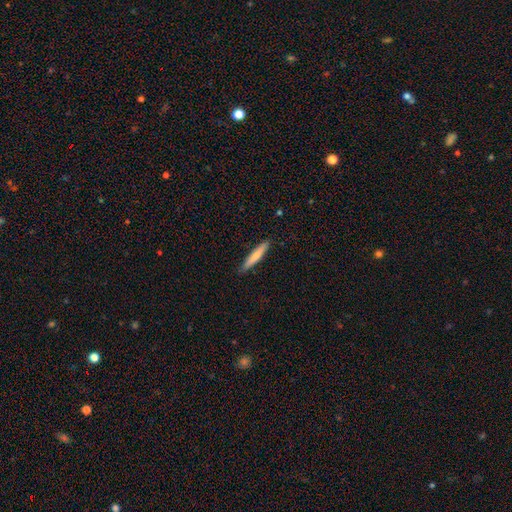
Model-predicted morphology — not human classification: Smooth or featured?
  - smooth: 73% *
  - featured or disk: 21%
  - star or artifact: 5%
How rounded?
  - cigar-shaped: 93% *
  - in between: 6%
  - round: 1%
Merging?
  - none: 88% *
  - minor disturbance: 9%
  - major disturbance: 2%
  - merger: 1%